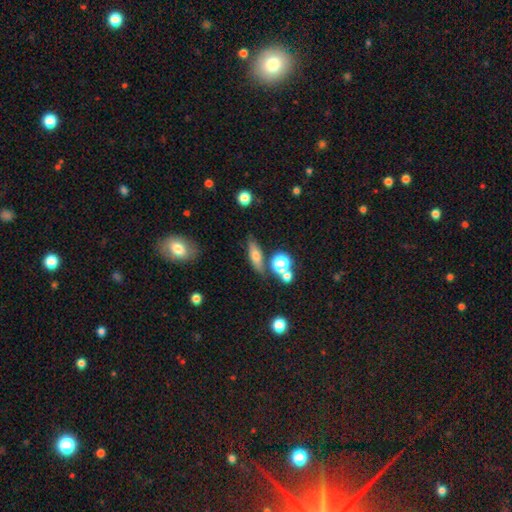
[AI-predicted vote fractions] Smooth or featured? smooth (57%)
How rounded? cigar-shaped (48%)
Merging? none (75%)